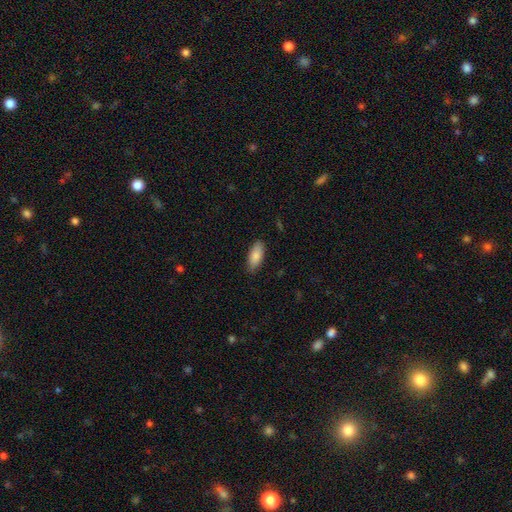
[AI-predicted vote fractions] smooth-or-featured: smooth: 85% | featured or disk: 9% | star or artifact: 6%
  how-rounded: in between: 83% | cigar-shaped: 15% | round: 2%
  merging: none: 86% | minor disturbance: 11% | major disturbance: 2% | merger: 1%